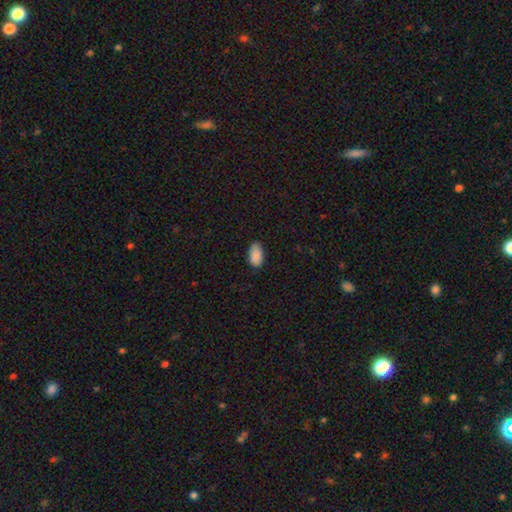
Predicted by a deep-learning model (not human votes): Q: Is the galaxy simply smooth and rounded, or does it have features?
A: smooth — 89%.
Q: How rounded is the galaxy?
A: in between — 95%.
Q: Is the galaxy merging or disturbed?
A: none — 82%.